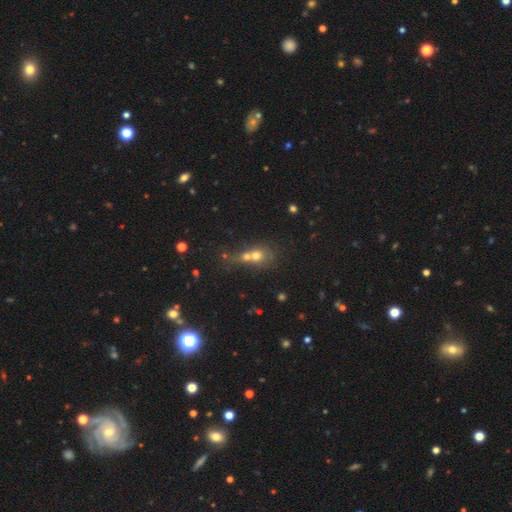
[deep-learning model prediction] Smooth or featured?
  - smooth: 62% *
  - featured or disk: 22%
  - star or artifact: 16%
How rounded?
  - round: 69% *
  - in between: 28%
  - cigar-shaped: 3%
Merging?
  - merger: 65% *
  - none: 23%
  - minor disturbance: 6%
  - major disturbance: 5%